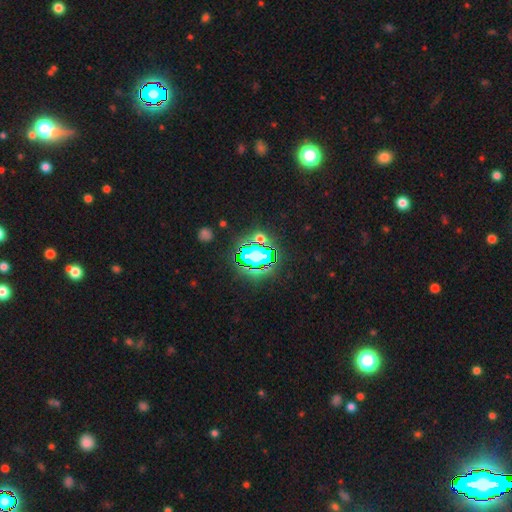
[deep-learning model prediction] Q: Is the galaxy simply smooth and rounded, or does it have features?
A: star or artifact — 66%.